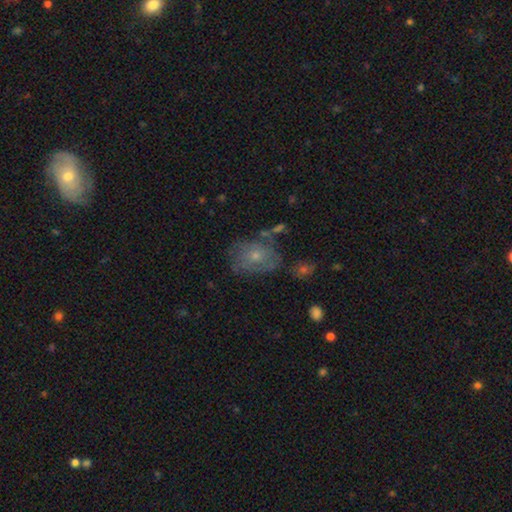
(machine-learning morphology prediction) smooth_or_featured: featured or disk (p=0.46) [alt: smooth p=0.43]
merging: none (p=0.57) [alt: minor disturbance p=0.24]